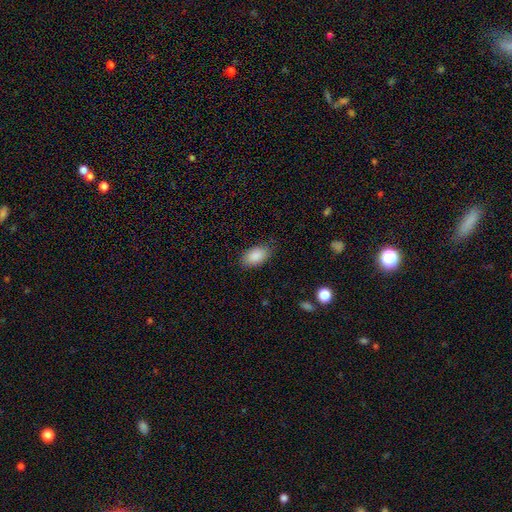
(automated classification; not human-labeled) Morphology: type=smooth (89%); roundness=in between (93%); merging=none (82%).